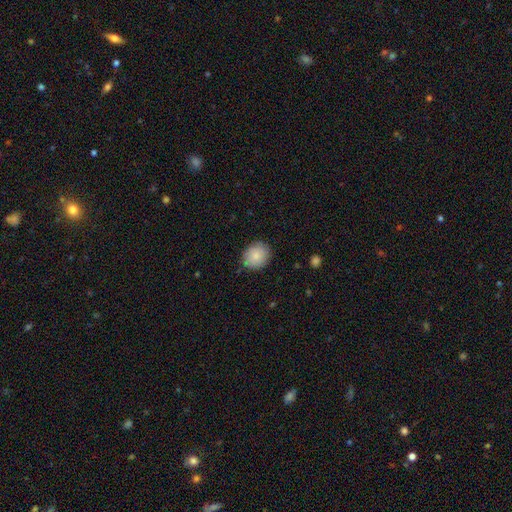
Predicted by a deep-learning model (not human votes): Smooth or featured?
  - smooth: 85% *
  - featured or disk: 8%
  - star or artifact: 7%
How rounded?
  - round: 63% *
  - in between: 36%
  - cigar-shaped: 1%
Merging?
  - none: 84% *
  - minor disturbance: 13%
  - major disturbance: 3%
  - merger: 1%